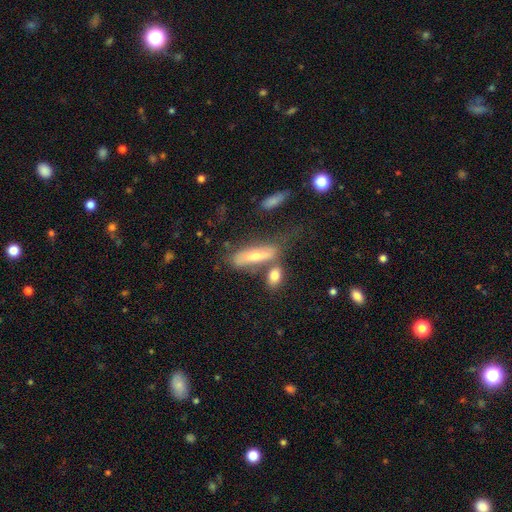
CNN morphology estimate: Overall: smooth (51%; featured or disk 41%). How rounded: cigar-shaped (59%; in between 38%). Merging: none (49%; merger 24%).